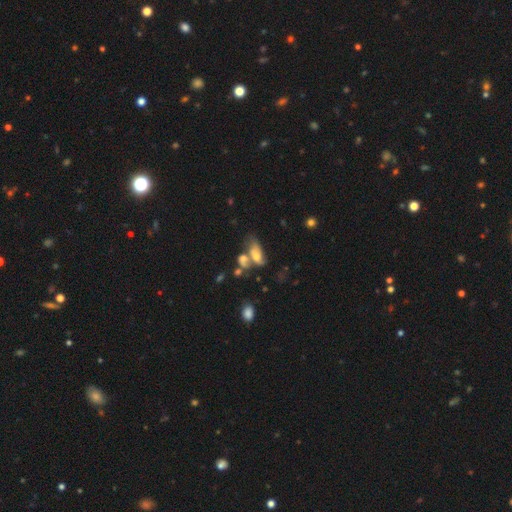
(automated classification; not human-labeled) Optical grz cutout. It shows a smooth galaxy with no disk features (53%) that is in between round and cigar-shaped (84%). Merging: merger (49%).